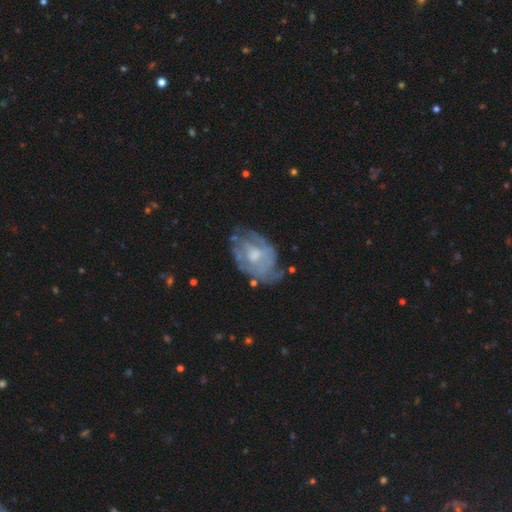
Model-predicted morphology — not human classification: Overall: featured or disk (70%). Edge-on disk: no (96%). Bar: no (67%; weak 29%). Spiral arms: yes (63%; no 37%). Bulge size: moderate (54%; small 29%). Merging: none (56%; minor disturbance 27%).